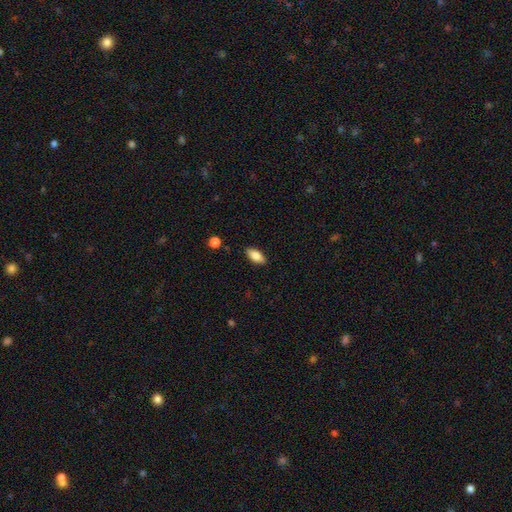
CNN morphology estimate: A smooth galaxy with no disk features (84%) that is in between round and cigar-shaped (88%). Merging: none (88%).